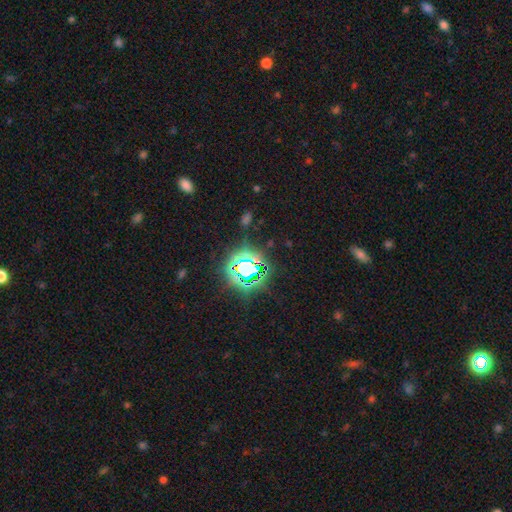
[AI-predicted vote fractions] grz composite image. It shows a star or artifact, not a galaxy (77%).